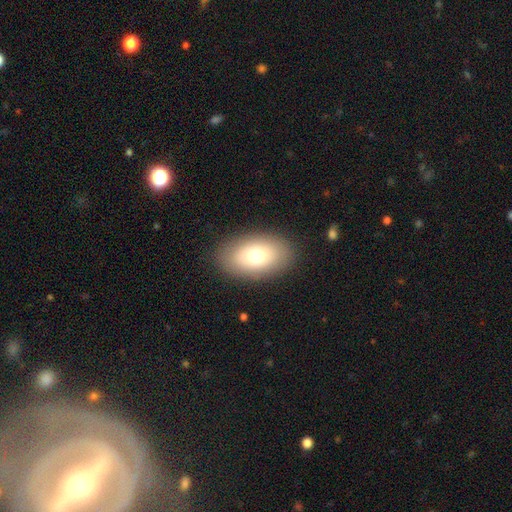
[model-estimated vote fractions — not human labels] smooth 74%, featured or disk 18%, star or artifact 8%. Down the decision tree: how rounded — in between (90%); merging — none (87%).